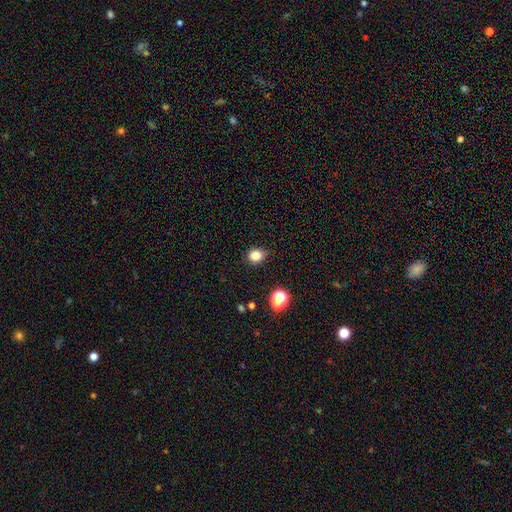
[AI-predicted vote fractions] smooth 82%, star or artifact 13%, featured or disk 5%. Down the decision tree: how rounded — round (72%); merging — none (78%).